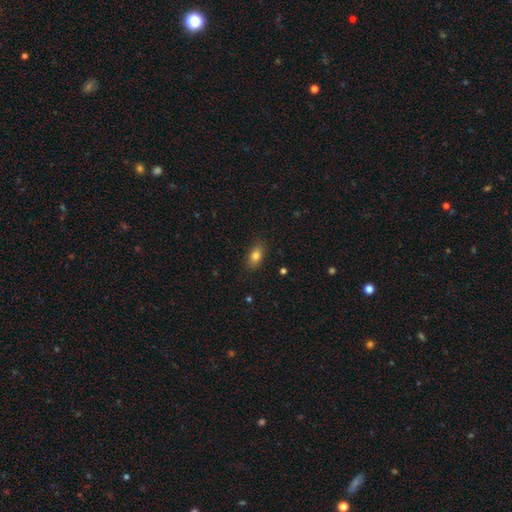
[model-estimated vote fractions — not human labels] Smooth or featured: smooth — 81% (featured or disk — 10%)
How rounded: in between — 87% (round — 9%)
Merging: none — 86% (minor disturbance — 10%)